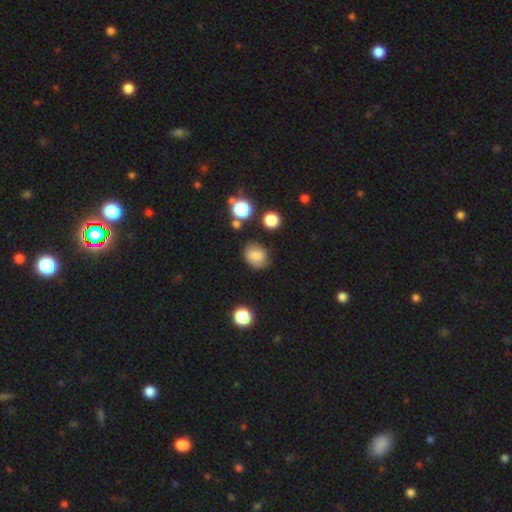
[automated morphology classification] smooth_or_featured: smooth (p=0.78) [alt: featured or disk p=0.12]
how_rounded: in between (p=0.53) [alt: round p=0.46]
merging: none (p=0.75) [alt: minor disturbance p=0.17]